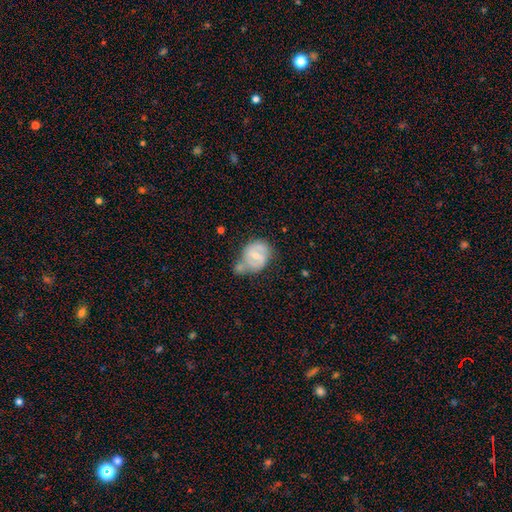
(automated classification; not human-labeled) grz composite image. It shows a featured or disk galaxy (66%) with a weak bar (54%), 2 (78%) medium (47%) spiral arms (81%) and a small central bulge (48%). Merging: none (40%).